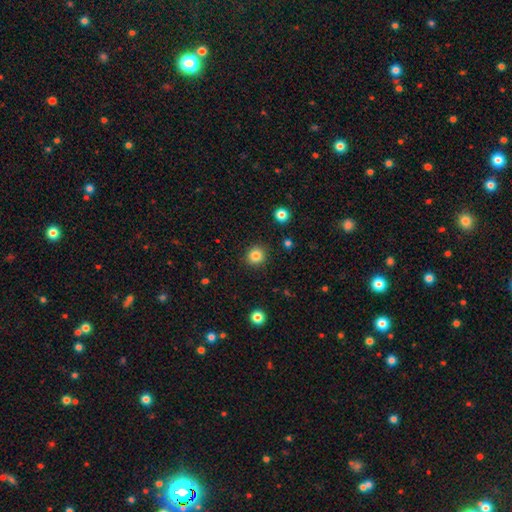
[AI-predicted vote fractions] This appears to be a smooth galaxy with no disk features (83%) that is round (93%). Merging: none (91%).